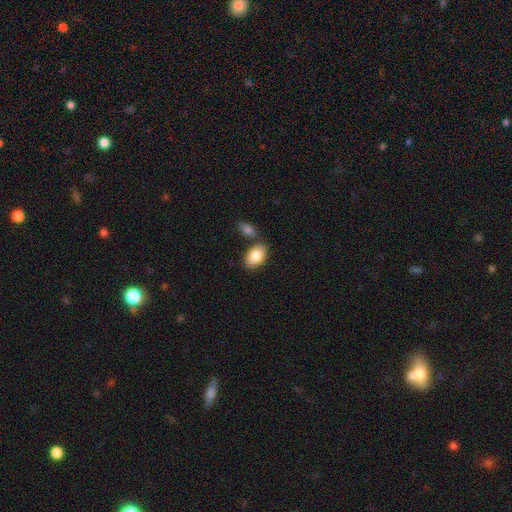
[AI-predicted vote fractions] Smooth or featured? smooth (86%)
How rounded? in between (91%)
Merging? none (68%)